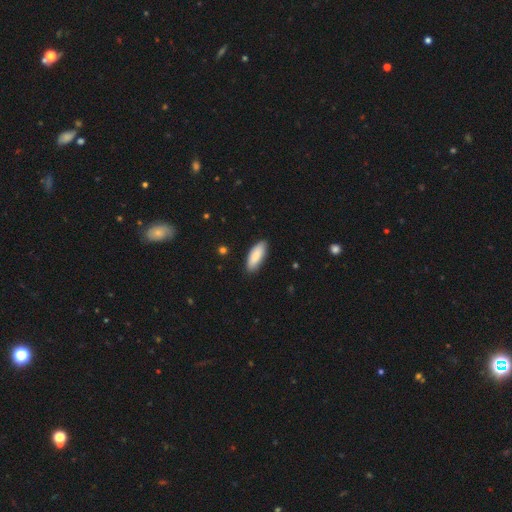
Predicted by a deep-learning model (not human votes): The model was most divided on "how rounded": in between: 76%, cigar-shaped: 22%, round: 2%. More confident: merging — none (87%); smooth or featured — smooth (82%).